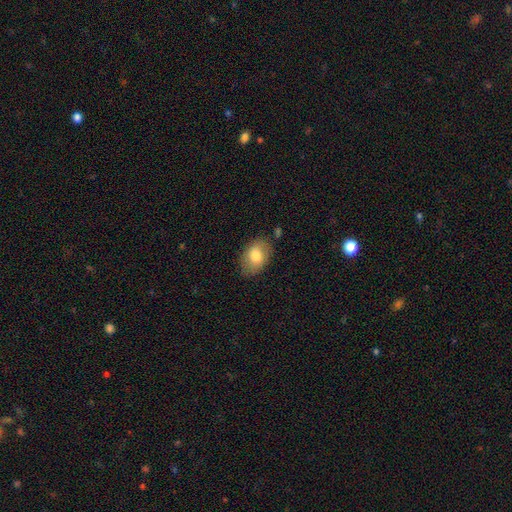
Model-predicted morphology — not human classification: Overall: smooth (77%). How rounded: in between (87%). Merging: none (79%).